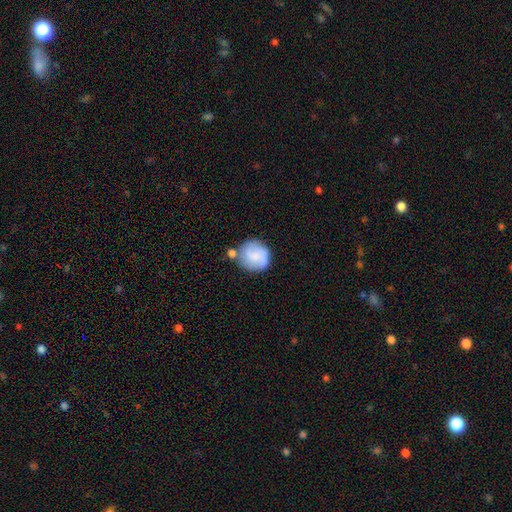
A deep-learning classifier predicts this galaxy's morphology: Smooth or featured? Predicted: smooth (p=0.59). How rounded? Predicted: round (p=0.83). Merging? Predicted: none (p=0.54).